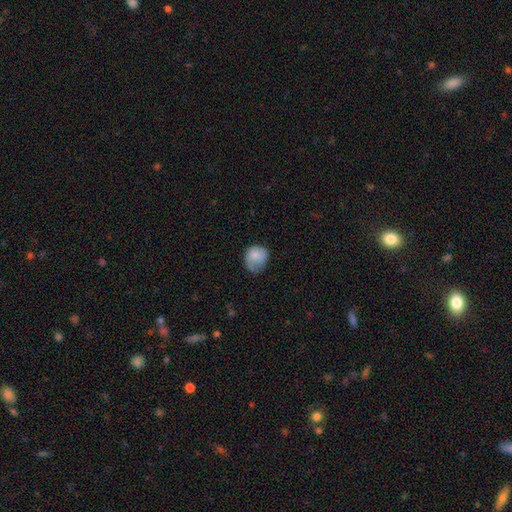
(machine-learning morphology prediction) type=smooth (78%); roundness=round (65%); merging=none (47%).